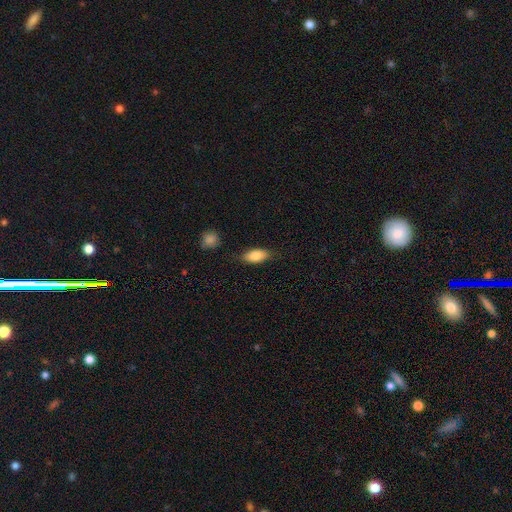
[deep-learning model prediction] Overall: smooth (82%). How rounded: in between (88%). Merging: none (75%).